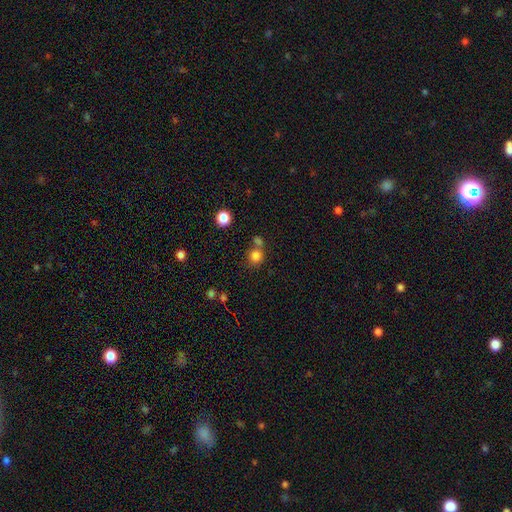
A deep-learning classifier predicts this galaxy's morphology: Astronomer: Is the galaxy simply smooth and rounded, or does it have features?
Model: smooth — 81%.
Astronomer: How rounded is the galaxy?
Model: round — 87%.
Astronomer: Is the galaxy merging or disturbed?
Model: none — 60%.